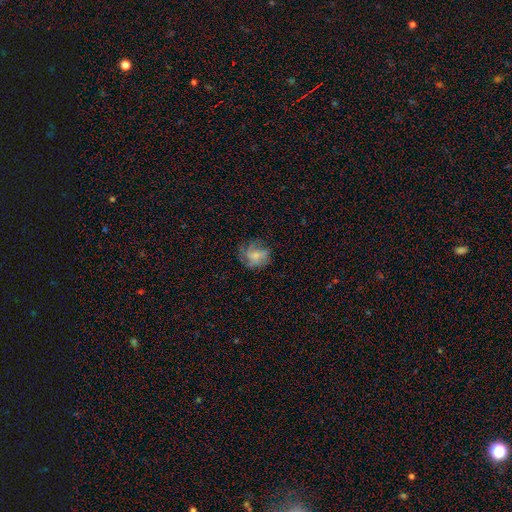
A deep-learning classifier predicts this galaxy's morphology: A smooth galaxy with no disk features (46%). Merging: none (60%).